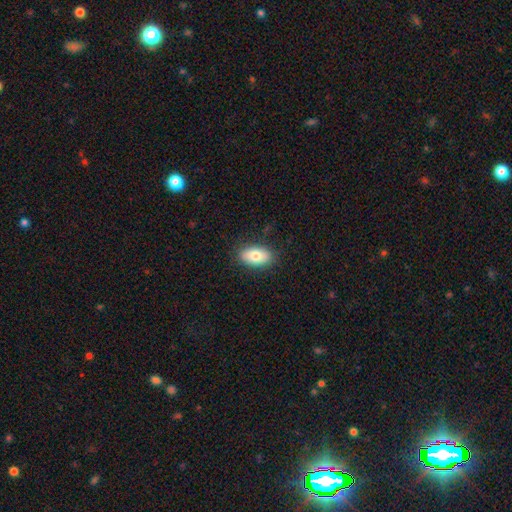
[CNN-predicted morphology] Smooth or featured? smooth (79%)
How rounded? in between (92%)
Merging? none (86%)